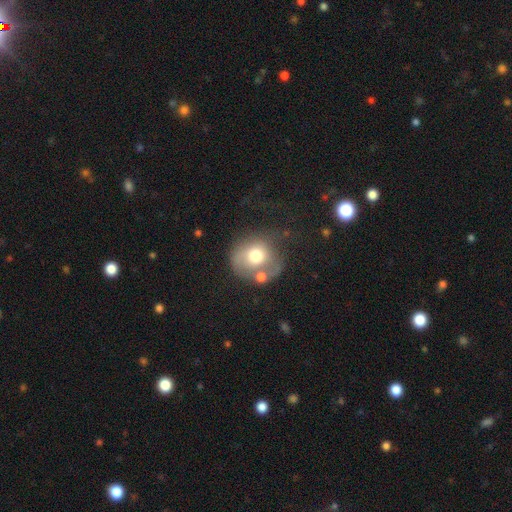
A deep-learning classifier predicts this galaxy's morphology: This appears to be a smooth galaxy with no disk features (65%) that is round (79%). Merging: none (37%).